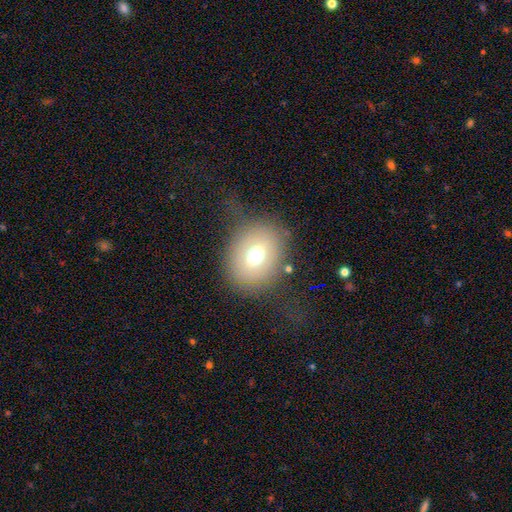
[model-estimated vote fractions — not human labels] smooth_or_featured: smooth (p=0.62) [alt: featured or disk p=0.24]
how_rounded: in between (p=0.50) [alt: round p=0.49]
merging: none (p=0.64) [alt: minor disturbance p=0.17]